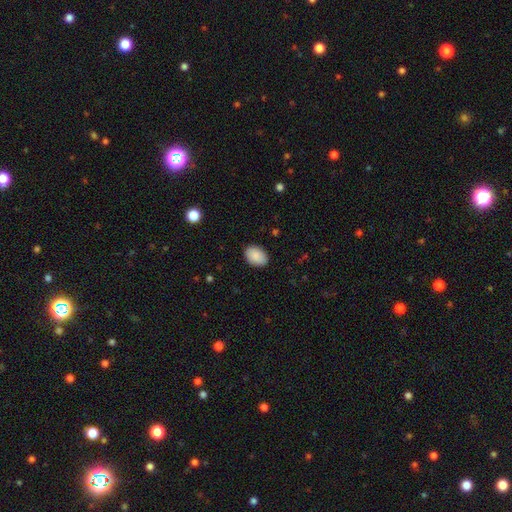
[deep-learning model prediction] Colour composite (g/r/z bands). It shows a smooth galaxy with no disk features (89%) that is in between round and cigar-shaped (84%). Merging: none (87%).